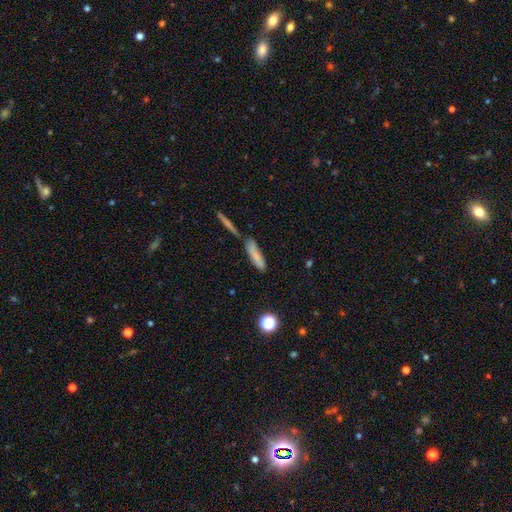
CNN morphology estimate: This appears to be a smooth galaxy with no disk features (76%) that is cigar-shaped (75%). Merging: none (54%).